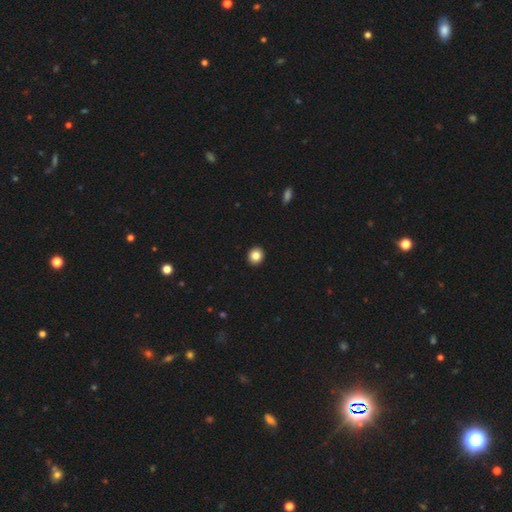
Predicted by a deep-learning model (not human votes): Smooth or featured?
  - smooth: 85% *
  - star or artifact: 10%
  - featured or disk: 5%
How rounded?
  - round: 86% *
  - in between: 13%
  - cigar-shaped: 1%
Merging?
  - none: 93% *
  - minor disturbance: 4%
  - major disturbance: 1%
  - merger: 1%